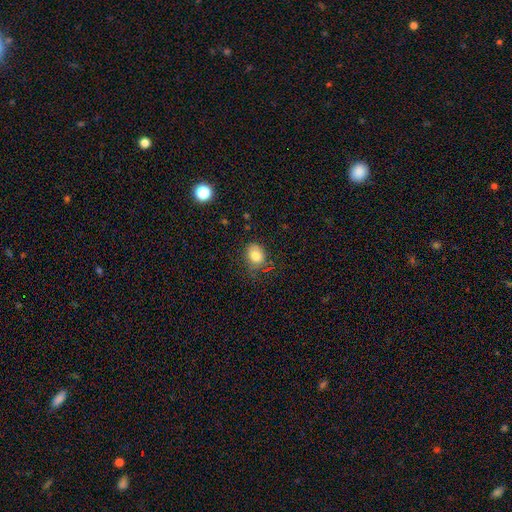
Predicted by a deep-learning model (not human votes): smooth-or-featured: smooth: 79% | star or artifact: 10% | featured or disk: 10%
  how-rounded: in between: 51% | round: 48% | cigar-shaped: 1%
  merging: none: 67% | minor disturbance: 24% | major disturbance: 7% | merger: 2%